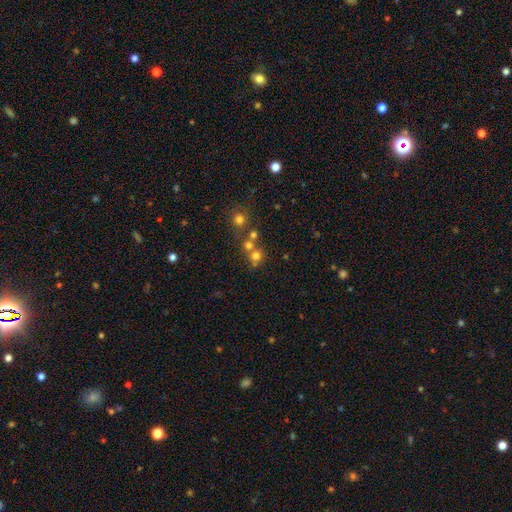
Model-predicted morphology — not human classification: Q: Smooth or featured?
A: smooth (66%); runner-up: star or artifact (20%)
Q: How rounded?
A: round (87%); runner-up: in between (12%)
Q: Merging?
A: none (52%); runner-up: merger (37%)